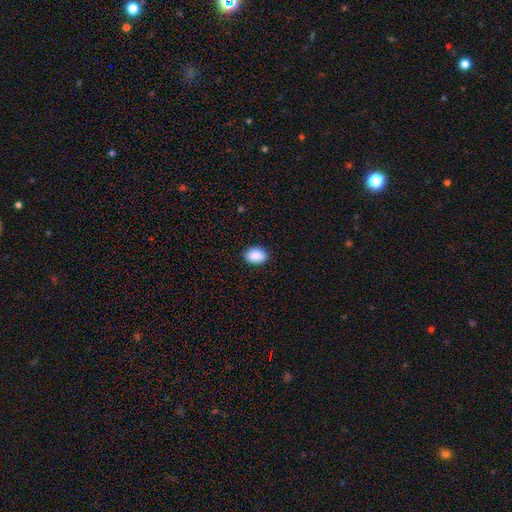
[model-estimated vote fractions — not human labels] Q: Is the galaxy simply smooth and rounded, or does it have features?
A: smooth — 90%.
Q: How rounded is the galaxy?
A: in between — 81%.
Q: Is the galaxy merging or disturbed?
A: none — 89%.